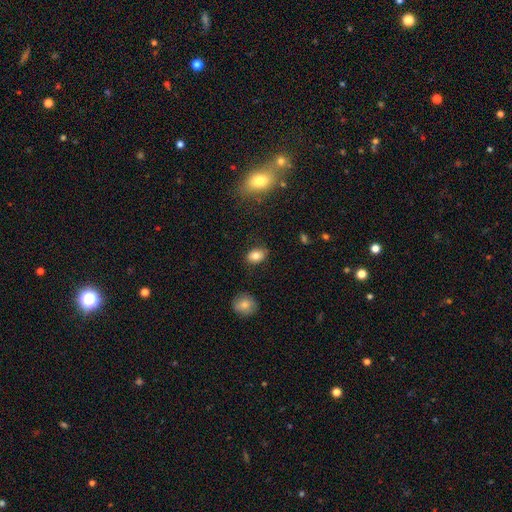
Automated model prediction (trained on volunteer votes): Overall: smooth (82%). How rounded: in between (73%). Merging: none (82%).